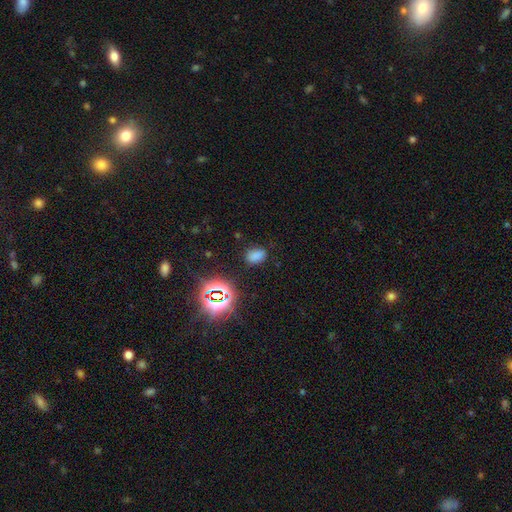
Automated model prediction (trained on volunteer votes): Smooth or featured? Predicted: smooth (p=0.70). How rounded? Predicted: in between (p=0.83). Merging? Predicted: none (p=0.80).